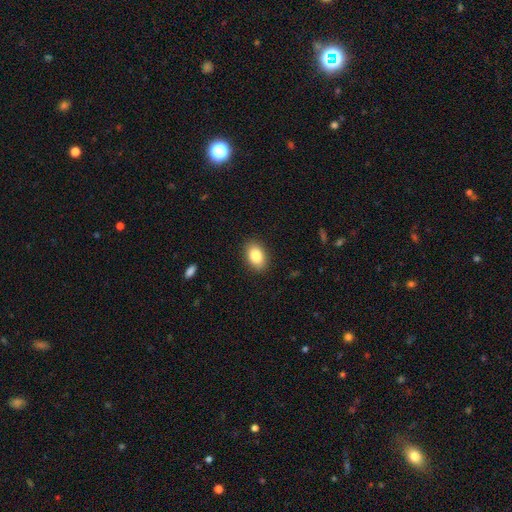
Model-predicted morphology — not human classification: A smooth galaxy with no disk features (85%) that is in between round and cigar-shaped (84%). Merging: none (88%).